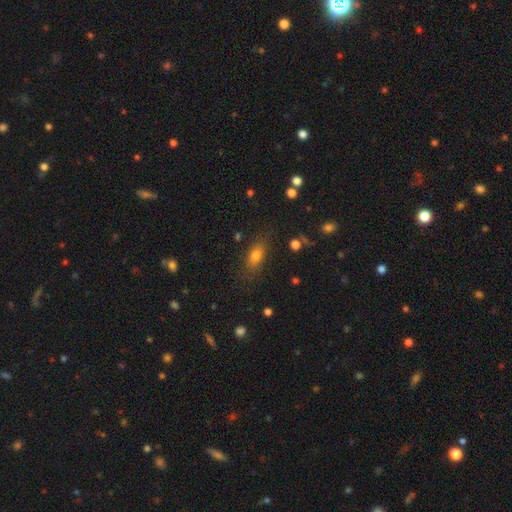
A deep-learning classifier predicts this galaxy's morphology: Smooth or featured? Predicted: smooth (p=0.73). How rounded? Predicted: in between (p=0.74). Merging? Predicted: none (p=0.77).